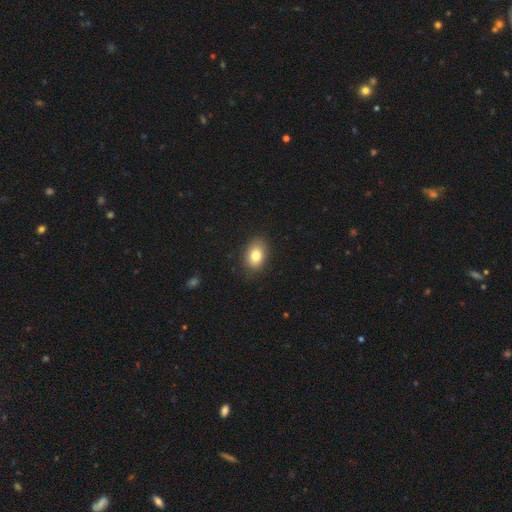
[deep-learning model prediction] Smooth or featured? smooth (81%)
How rounded? in between (81%)
Merging? none (85%)